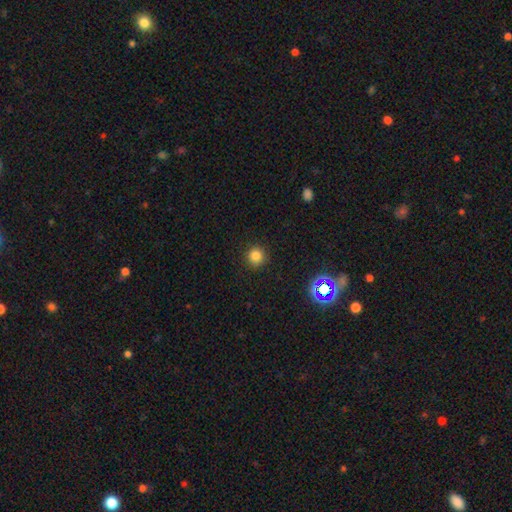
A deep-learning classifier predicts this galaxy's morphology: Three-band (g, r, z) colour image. It shows a smooth galaxy with no disk features (82%) that is round (94%). Merging: none (91%).